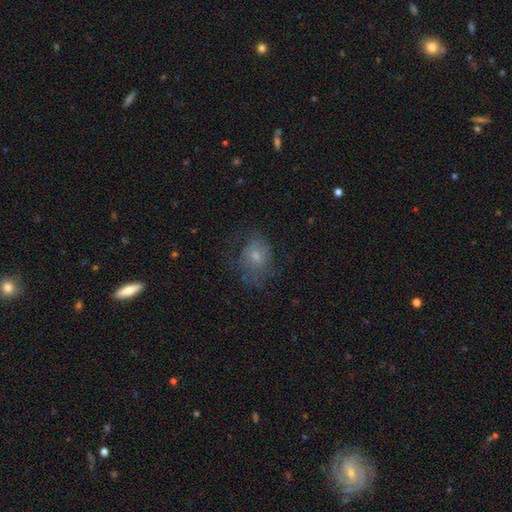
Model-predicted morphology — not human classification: A smooth galaxy with no disk features (48%). Merging: none (51%).